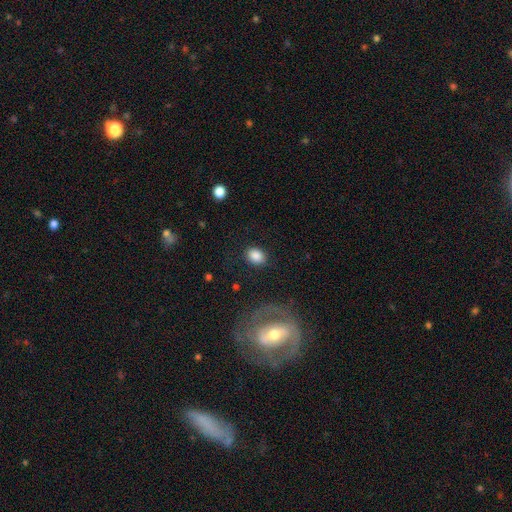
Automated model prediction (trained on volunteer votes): Q: Smooth or featured?
A: smooth (85%); runner-up: star or artifact (8%)
Q: How rounded?
A: in between (51%); runner-up: round (48%)
Q: Merging?
A: none (85%); runner-up: minor disturbance (10%)